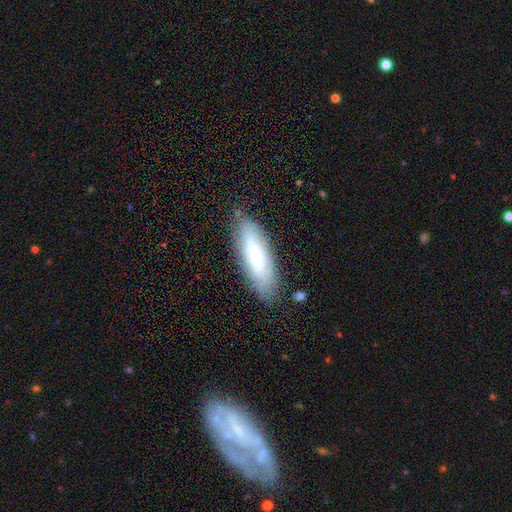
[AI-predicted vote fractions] Q: Smooth or featured?
A: smooth (49%); runner-up: featured or disk (43%)
Q: Merging?
A: none (78%); runner-up: minor disturbance (16%)